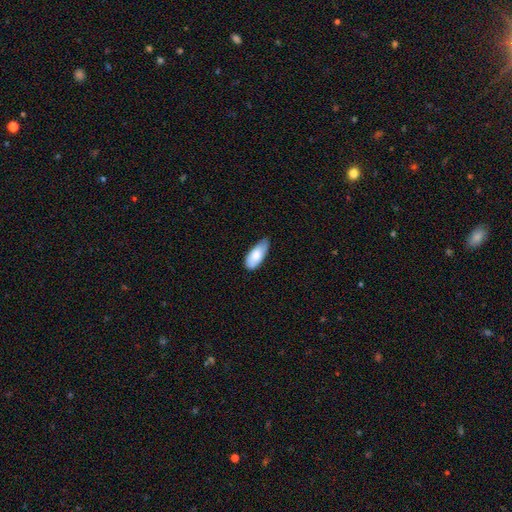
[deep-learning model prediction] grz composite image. It shows a smooth galaxy with no disk features (83%) that is in between round and cigar-shaped (87%). Merging: none (56%).